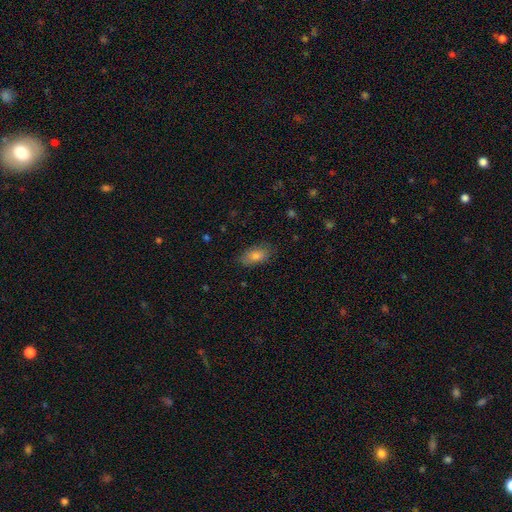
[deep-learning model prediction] This appears to be a smooth galaxy with no disk features (78%) that is in between round and cigar-shaped (88%). Merging: none (82%).